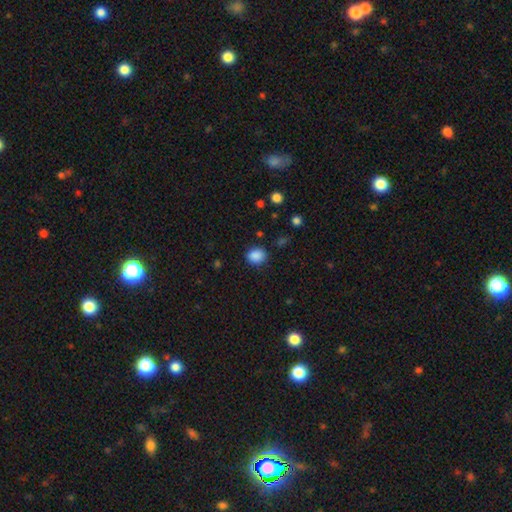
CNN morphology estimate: Smooth or featured? smooth (87%)
How rounded? round (59%)
Merging? none (83%)